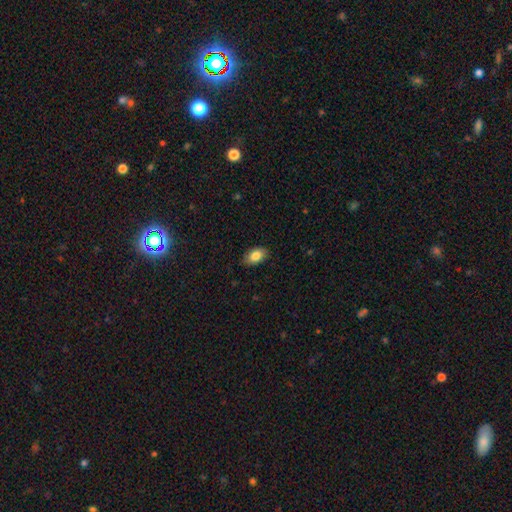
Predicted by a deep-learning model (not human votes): Smooth or featured? Predicted: smooth (p=0.84). How rounded? Predicted: in between (p=0.90). Merging? Predicted: none (p=0.83).